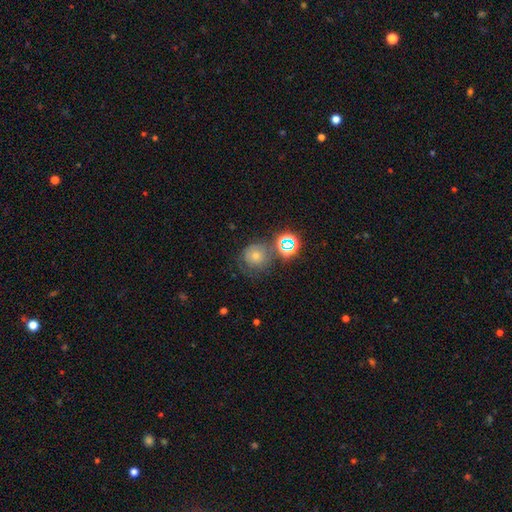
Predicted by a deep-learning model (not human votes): Smooth or featured? smooth (42%)
Merging? none (68%)